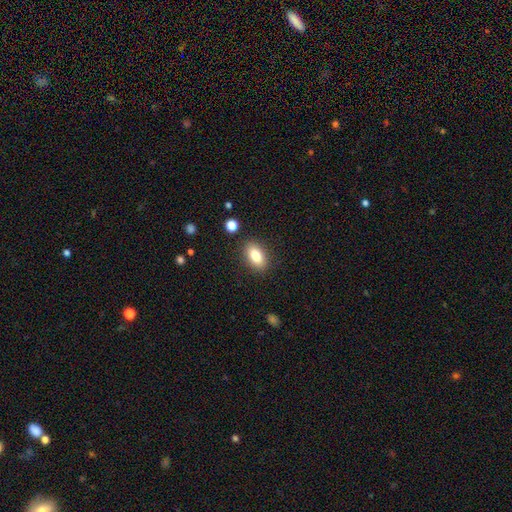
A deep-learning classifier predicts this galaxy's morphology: Overall: smooth (81%). How rounded: in between (88%). Merging: none (87%).